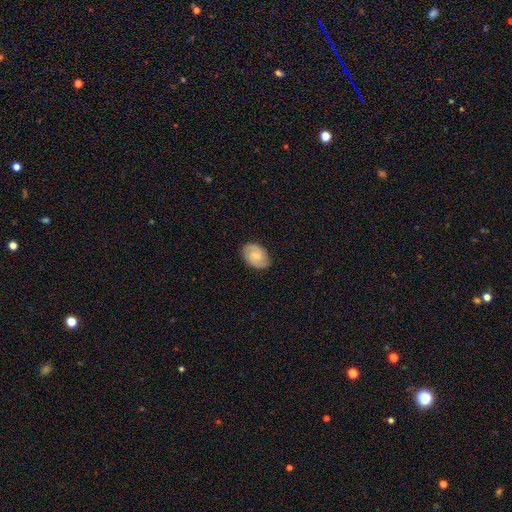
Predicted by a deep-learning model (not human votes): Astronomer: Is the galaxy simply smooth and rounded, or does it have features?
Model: featured or disk — 65%.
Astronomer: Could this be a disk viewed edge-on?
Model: no — 97%.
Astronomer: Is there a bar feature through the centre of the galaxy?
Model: no — 51% (runner-up: weak, 42%).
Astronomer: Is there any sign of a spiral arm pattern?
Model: yes — 92%.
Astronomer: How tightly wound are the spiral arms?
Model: tight — 46% (runner-up: medium, 43%).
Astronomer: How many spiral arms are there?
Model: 2 — 86%.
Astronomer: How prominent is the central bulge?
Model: small — 54% (runner-up: moderate, 39%).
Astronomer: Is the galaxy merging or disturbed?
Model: none — 84%.